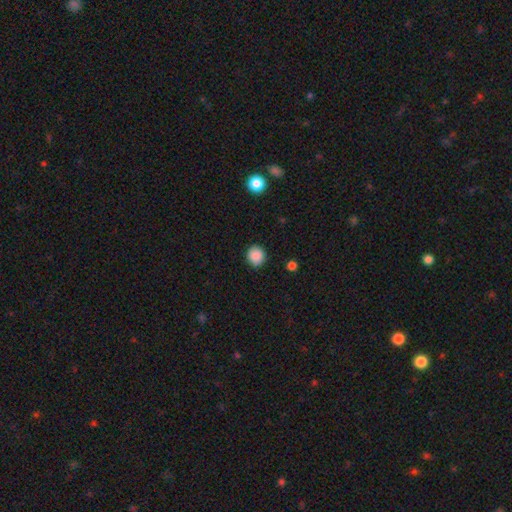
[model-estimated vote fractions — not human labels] smooth-or-featured: smooth: 88% | star or artifact: 9% | featured or disk: 3%
  how-rounded: round: 81% | in between: 18% | cigar-shaped: 1%
  merging: none: 89% | minor disturbance: 8% | major disturbance: 2% | merger: 1%